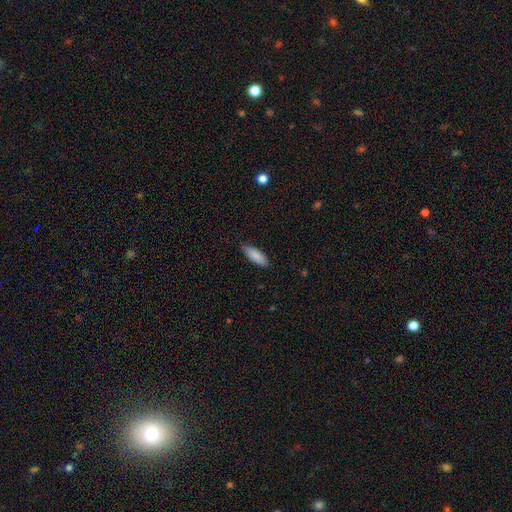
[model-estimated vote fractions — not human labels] smooth_or_featured: smooth (p=0.86) [alt: featured or disk p=0.08]
how_rounded: in between (p=0.61) [alt: cigar-shaped p=0.37]
merging: none (p=0.84) [alt: minor disturbance p=0.13]